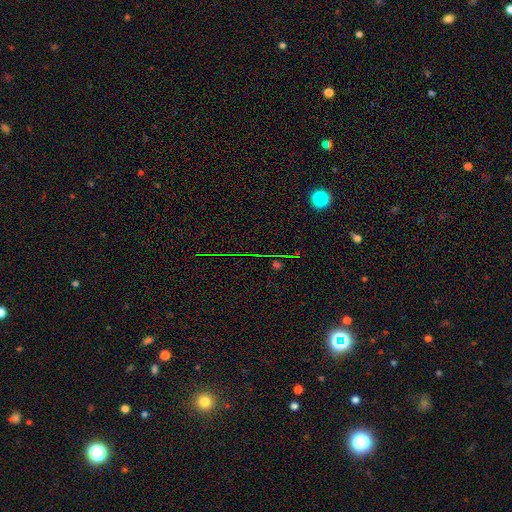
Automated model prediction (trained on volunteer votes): Smooth or featured? Predicted: star or artifact (p=0.71).